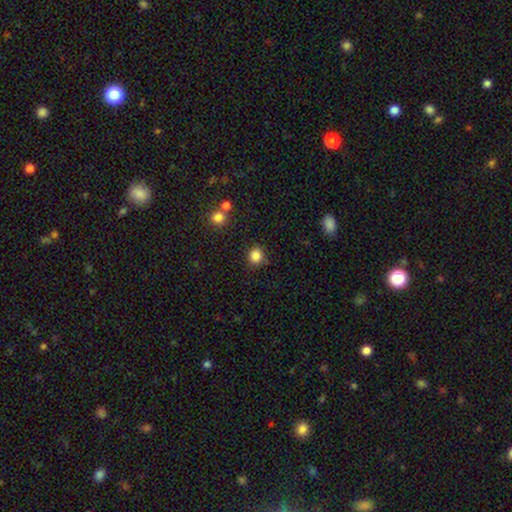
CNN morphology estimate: Q: Smooth or featured?
A: smooth (85%); runner-up: star or artifact (11%)
Q: How rounded?
A: round (85%); runner-up: in between (14%)
Q: Merging?
A: none (82%); runner-up: minor disturbance (12%)